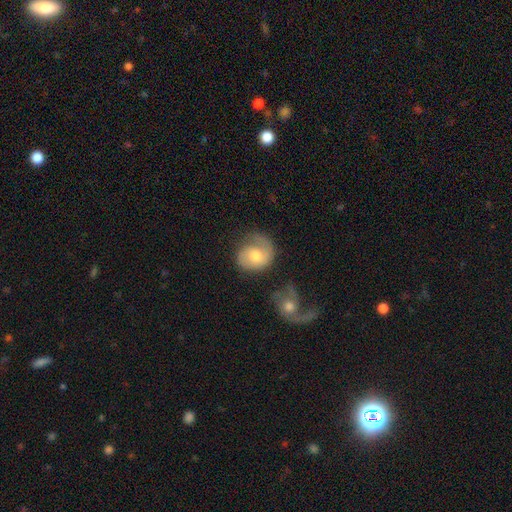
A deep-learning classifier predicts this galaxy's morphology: featured or disk 56%, smooth 38%, star or artifact 7%. Down the decision tree: edge-on disk — no (97%); bar — no (72%); spiral arms — yes (83%); bulge size — moderate (71%); merging — none (53%).